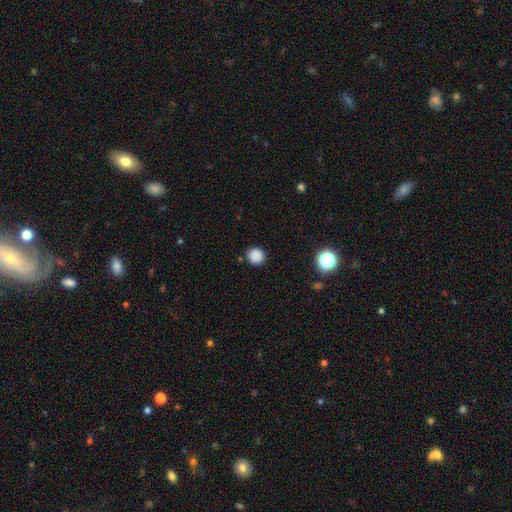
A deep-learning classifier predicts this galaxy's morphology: smooth_or_featured: smooth (p=0.85) [alt: star or artifact p=0.11]
how_rounded: round (p=0.91) [alt: in between p=0.08]
merging: none (p=0.88) [alt: minor disturbance p=0.08]